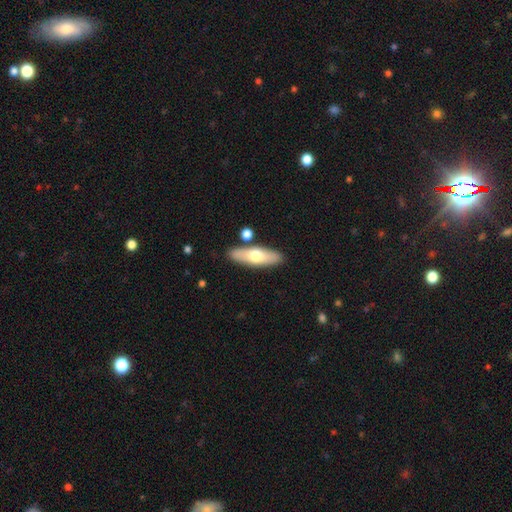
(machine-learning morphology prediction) Smooth or featured? Predicted: smooth (p=0.61). How rounded? Predicted: cigar-shaped (p=0.50). Merging? Predicted: none (p=0.82).